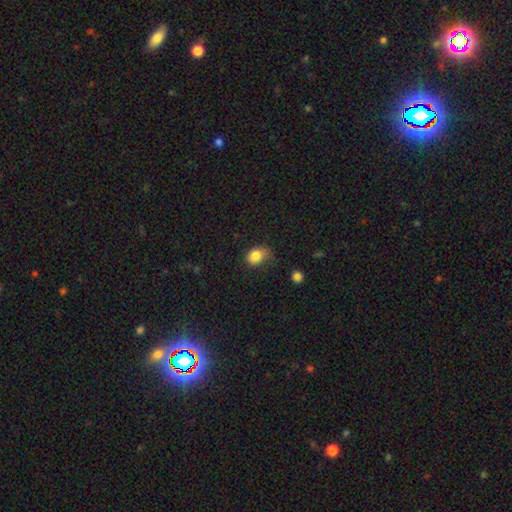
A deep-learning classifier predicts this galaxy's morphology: The model was most divided on "merging": none: 49%, minor disturbance: 36%, major disturbance: 13%, merger: 3%. More confident: smooth or featured — smooth (83%); how rounded — in between (56%).